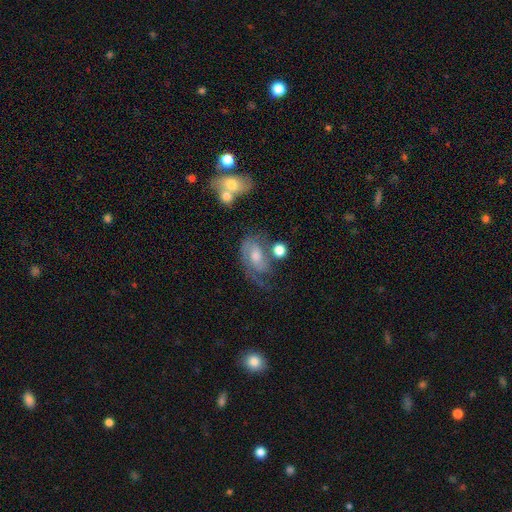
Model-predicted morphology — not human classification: smooth_or_featured: featured or disk (p=0.71) [alt: smooth p=0.21]
disk_edge_on: no (p=0.96) [alt: yes p=0.04]
bar: no (p=0.61) [alt: weak p=0.33]
has_spiral_arms: yes (p=0.89) [alt: no p=0.11]
spiral_winding: medium (p=0.42) [alt: tight p=0.39]
spiral_arm_count: 2 (p=0.46) [alt: 1 p=0.29]
bulge_size: moderate (p=0.57) [alt: small p=0.26]
merging: none (p=0.40) [alt: major disturbance p=0.24]